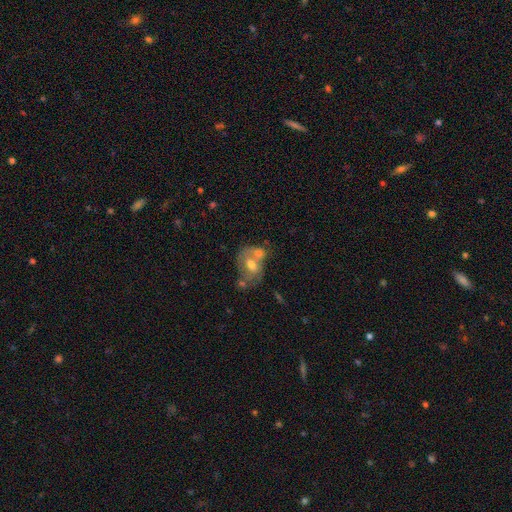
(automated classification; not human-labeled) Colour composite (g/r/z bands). It shows a featured or disk galaxy (46%). Merging: merger (53%).